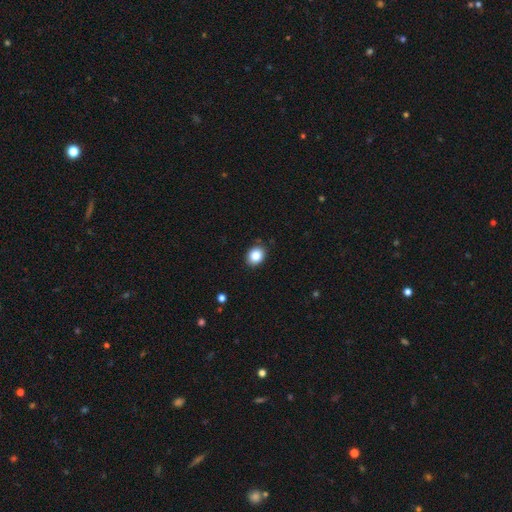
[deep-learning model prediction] Morphology: type=smooth (85%); roundness=round (51%); merging=none (88%).